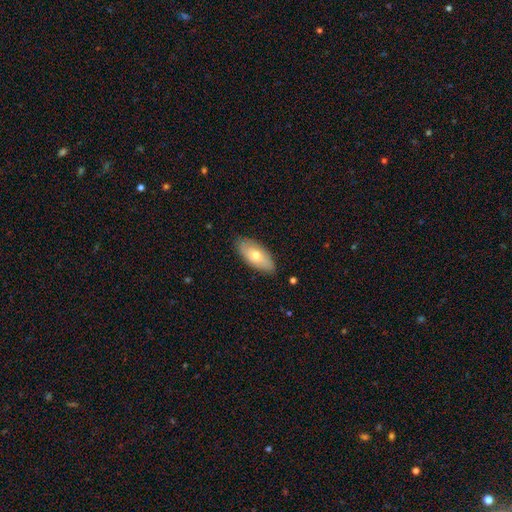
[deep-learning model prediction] This is likely a smooth galaxy (64%). How rounded: clearly in between (88%). Merging: clearly none (83%).